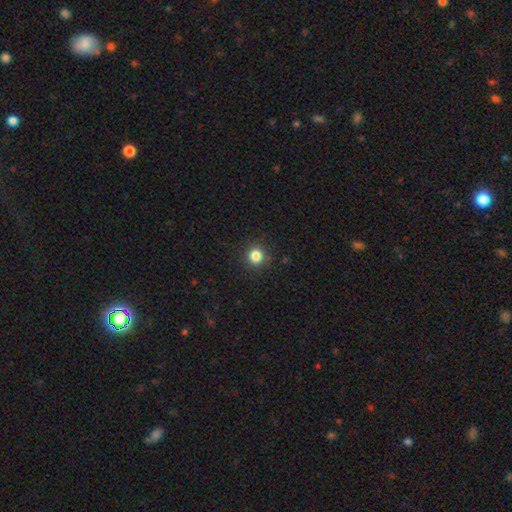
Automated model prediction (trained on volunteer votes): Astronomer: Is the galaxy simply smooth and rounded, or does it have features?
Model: smooth — 84%.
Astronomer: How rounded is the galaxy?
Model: round — 91%.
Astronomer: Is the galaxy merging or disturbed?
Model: none — 90%.